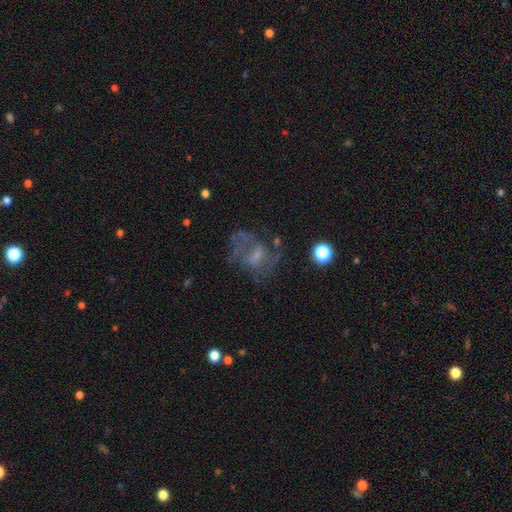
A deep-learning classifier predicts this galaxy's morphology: The model was most divided on "bulge size": small: 35%, none: 34%, moderate: 25%, large: 4%, dominant: 1%. Remaining: edge-on disk — no (97%); smooth or featured — featured or disk (58%); spiral arms — yes (51%); bar — no (50%); merging — none (45%).